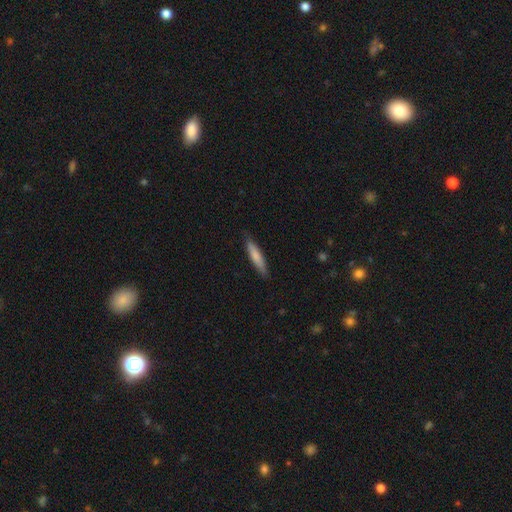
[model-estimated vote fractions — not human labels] The model was most divided on "smooth or featured": smooth: 76%, featured or disk: 19%, star or artifact: 5%. More confident: how rounded — cigar-shaped (86%); merging — none (86%).